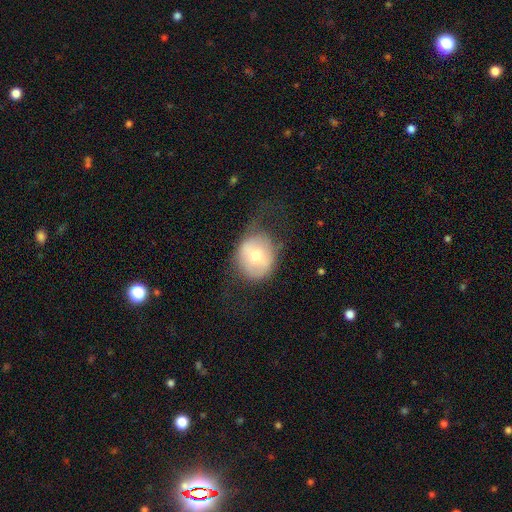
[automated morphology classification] Smooth or featured? Predicted: smooth (p=0.56). How rounded? Predicted: round (p=0.68). Merging? Predicted: none (p=0.50).